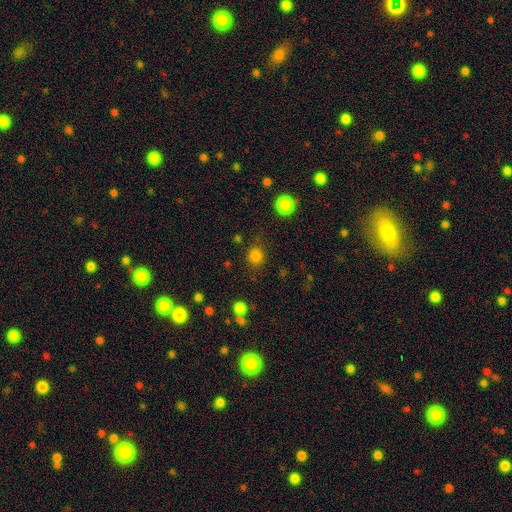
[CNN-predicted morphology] A smooth galaxy with no disk features (83%) that is round (88%). Merging: none (85%).